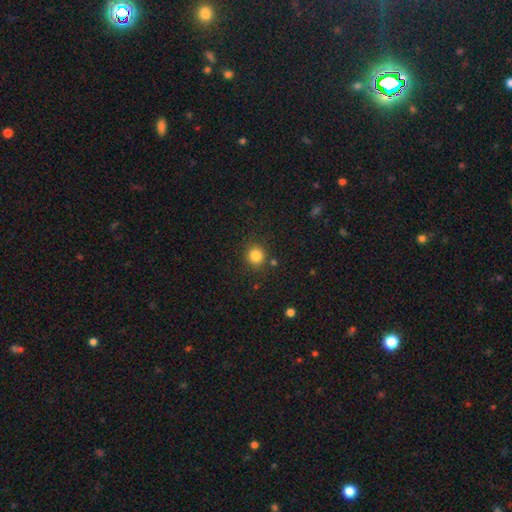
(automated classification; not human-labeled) A smooth galaxy with no disk features (84%) that is round (90%).

Vote fractions:
- Smooth or featured? smooth: 84% / star or artifact: 12% / featured or disk: 4%
- How rounded? round: 90% / in between: 9% / cigar-shaped: 1%
- Merging? none: 85% / minor disturbance: 9% / merger: 3% / major disturbance: 3%